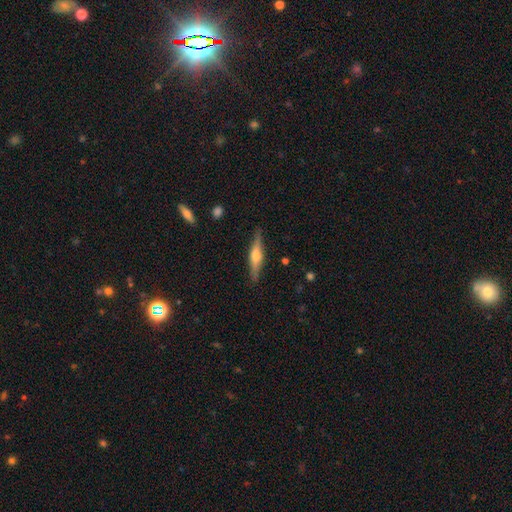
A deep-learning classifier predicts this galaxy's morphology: This appears to be a featured or disk galaxy (62%) viewed edge-on (96%) with a rounded central bulge (85%). Merging: none (88%).